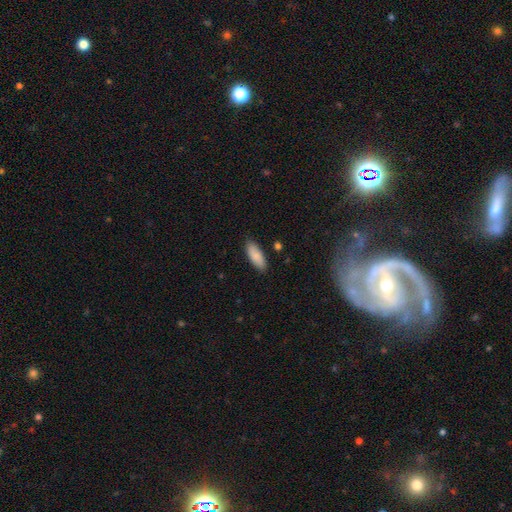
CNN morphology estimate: A smooth galaxy with no disk features (86%) that is in between round and cigar-shaped (76%). Merging: none (86%).